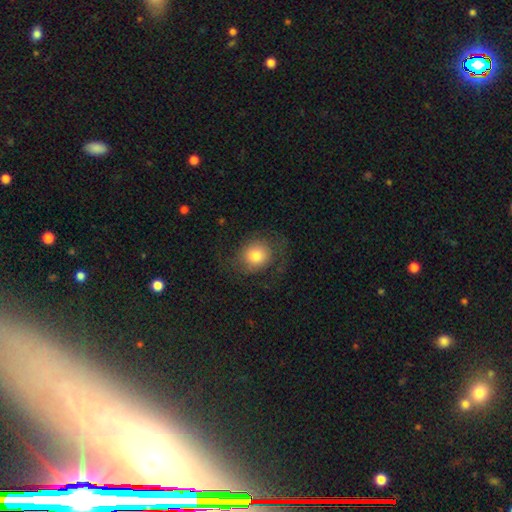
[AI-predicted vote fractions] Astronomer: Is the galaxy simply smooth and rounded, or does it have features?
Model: smooth — 69%.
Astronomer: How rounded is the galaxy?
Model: round — 79%.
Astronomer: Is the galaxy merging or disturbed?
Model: none — 66%.